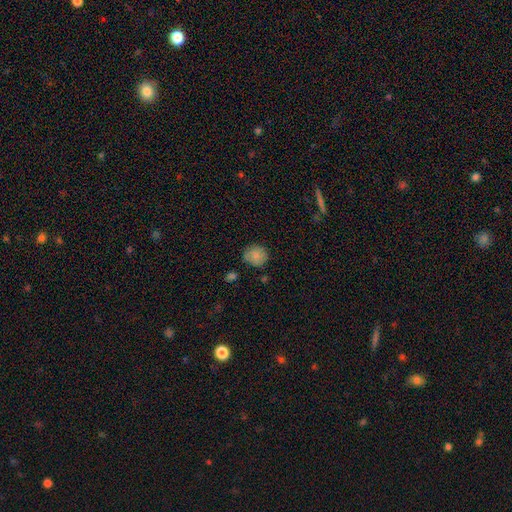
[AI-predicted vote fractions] This is clearly a smooth galaxy (85%). How rounded: clearly round (85%). Merging: likely none (79%).